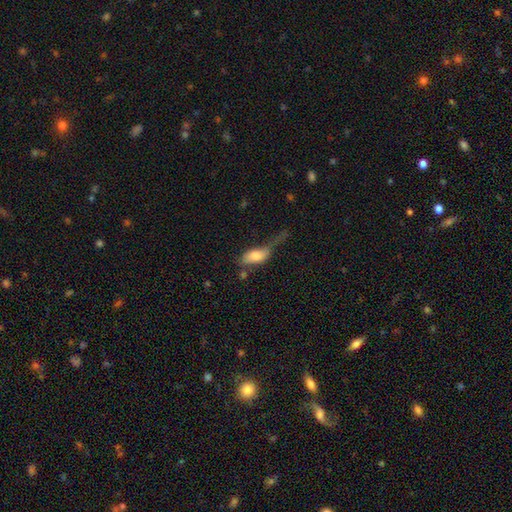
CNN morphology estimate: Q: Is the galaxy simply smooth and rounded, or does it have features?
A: smooth — 70%.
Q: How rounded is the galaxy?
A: in between — 84%.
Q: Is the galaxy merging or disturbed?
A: major disturbance — 40%.